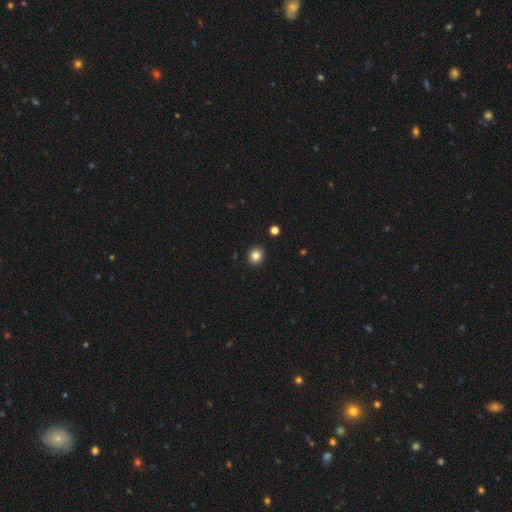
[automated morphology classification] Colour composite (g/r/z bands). It shows a smooth galaxy with no disk features (84%) that is round (87%). Merging: none (92%).